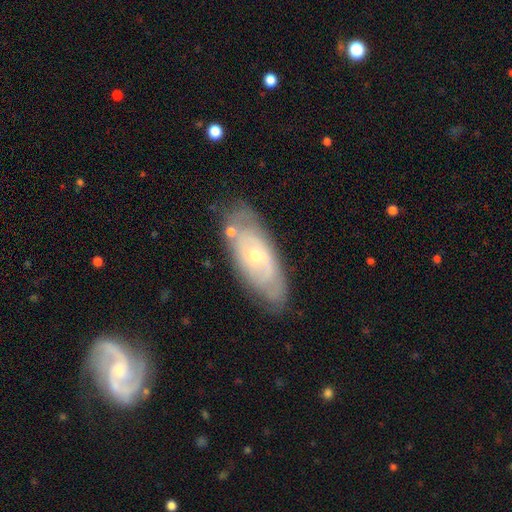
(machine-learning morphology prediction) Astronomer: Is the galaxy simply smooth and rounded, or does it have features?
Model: featured or disk — 68%.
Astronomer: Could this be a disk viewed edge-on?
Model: no — 88%.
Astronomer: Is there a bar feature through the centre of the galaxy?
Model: no — 79%.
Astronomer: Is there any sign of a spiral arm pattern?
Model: yes — 65%.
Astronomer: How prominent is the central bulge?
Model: small — 62%.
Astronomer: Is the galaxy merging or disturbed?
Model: none — 74%.